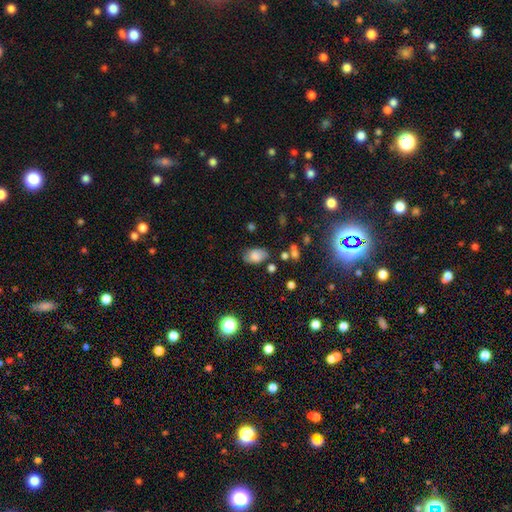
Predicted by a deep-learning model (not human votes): Smooth or featured?
  - smooth: 76% *
  - featured or disk: 13%
  - star or artifact: 11%
How rounded?
  - in between: 89% *
  - round: 9%
  - cigar-shaped: 1%
Merging?
  - none: 70% *
  - minor disturbance: 20%
  - major disturbance: 5%
  - merger: 4%